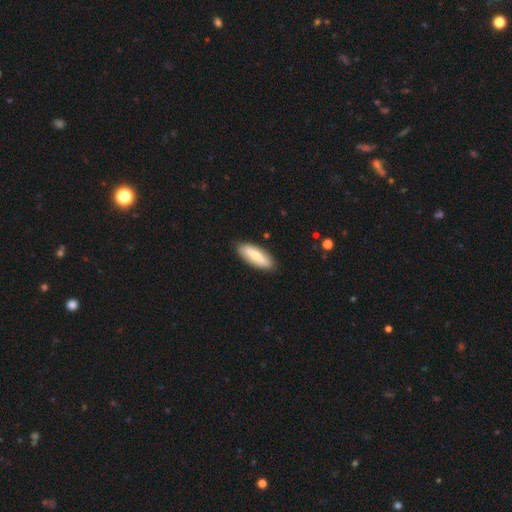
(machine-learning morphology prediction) This appears to be a smooth galaxy with no disk features (67%) that is in between round and cigar-shaped (61%). Merging: none (87%).